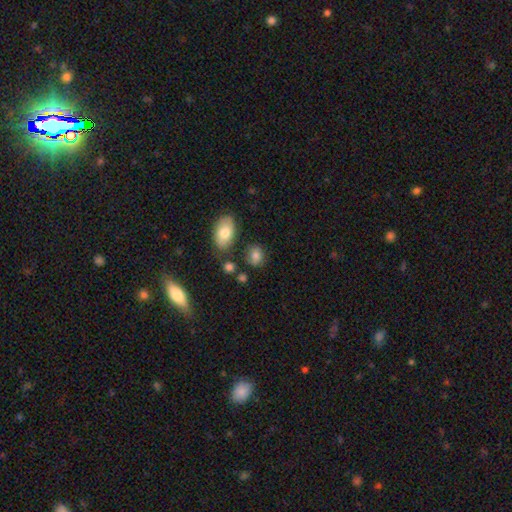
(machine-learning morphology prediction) smooth_or_featured: smooth (p=0.82) [alt: star or artifact p=0.09]
how_rounded: in between (p=0.60) [alt: round p=0.39]
merging: none (p=0.73) [alt: minor disturbance p=0.16]